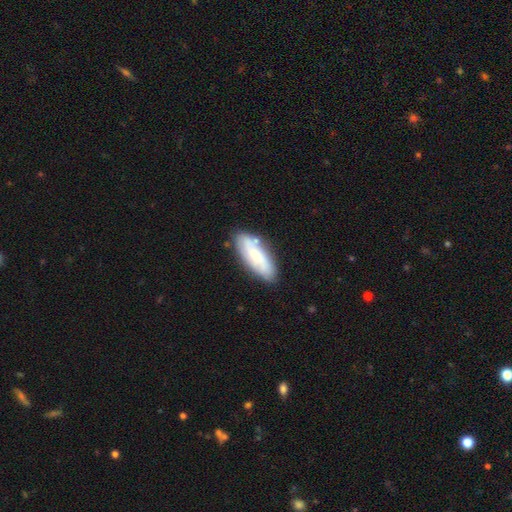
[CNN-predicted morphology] smooth_or_featured: smooth (p=0.60) [alt: featured or disk p=0.34]
how_rounded: in between (p=0.66) [alt: cigar-shaped p=0.32]
merging: none (p=0.73) [alt: minor disturbance p=0.17]